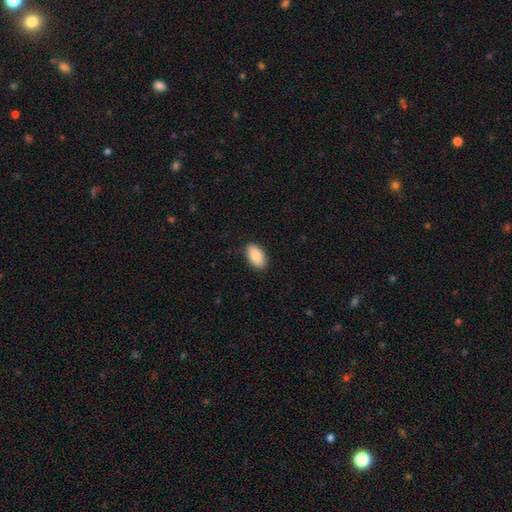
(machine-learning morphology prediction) smooth_or_featured: smooth (p=0.90) [alt: star or artifact p=0.06]
how_rounded: in between (p=0.95) [alt: round p=0.03]
merging: none (p=0.88) [alt: minor disturbance p=0.09]